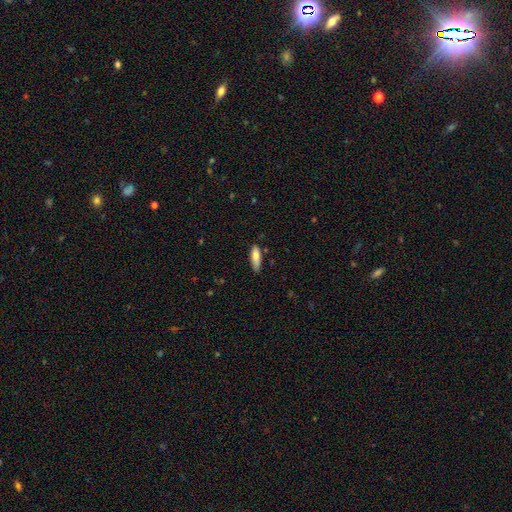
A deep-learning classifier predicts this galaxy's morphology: Smooth or featured? Predicted: smooth (p=0.76). How rounded? Predicted: cigar-shaped (p=0.53). Merging? Predicted: none (p=0.80).